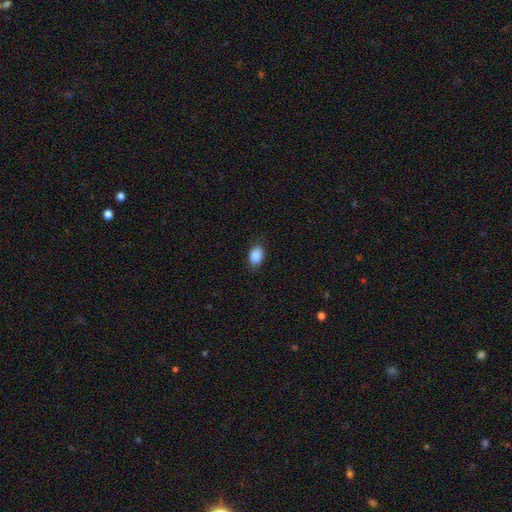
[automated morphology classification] Smooth or featured? smooth (89%)
How rounded? in between (78%)
Merging? none (84%)